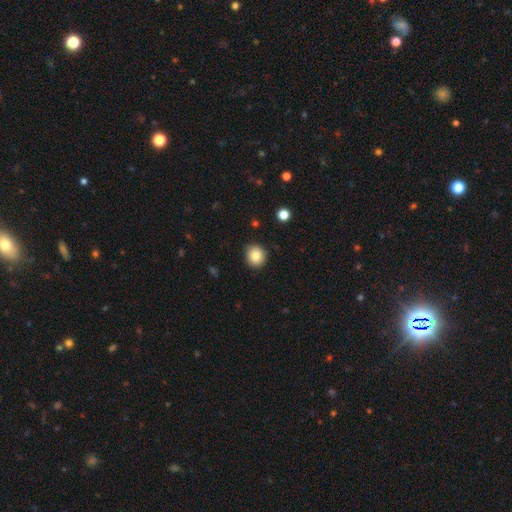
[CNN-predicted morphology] type=smooth (83%); roundness=round (87%); merging=none (89%).